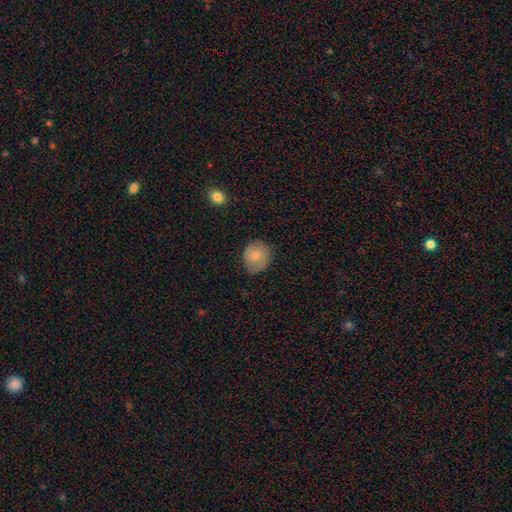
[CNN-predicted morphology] smooth_or_featured: smooth (p=0.74) [alt: featured or disk p=0.19]
how_rounded: round (p=0.74) [alt: in between p=0.25]
merging: none (p=0.79) [alt: minor disturbance p=0.17]